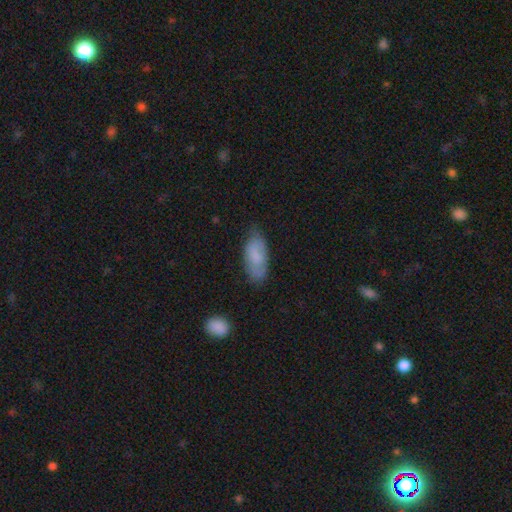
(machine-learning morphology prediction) Smooth or featured?
  - smooth: 75% *
  - featured or disk: 18%
  - star or artifact: 6%
How rounded?
  - in between: 87% *
  - cigar-shaped: 11%
  - round: 2%
Merging?
  - none: 67% *
  - minor disturbance: 26%
  - major disturbance: 5%
  - merger: 2%